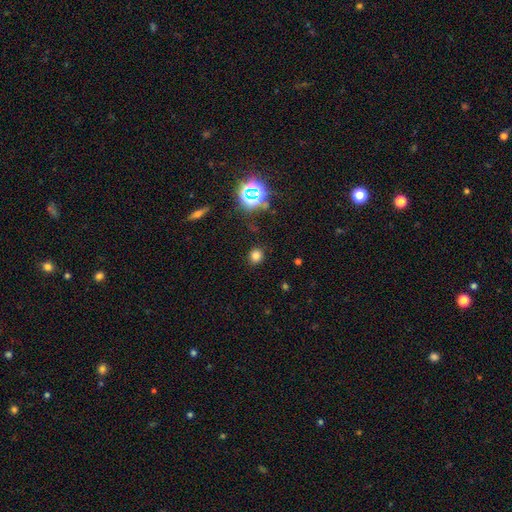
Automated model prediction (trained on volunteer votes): smooth 73%, star or artifact 21%, featured or disk 6%. Down the decision tree: how rounded — round (82%); merging — none (86%).